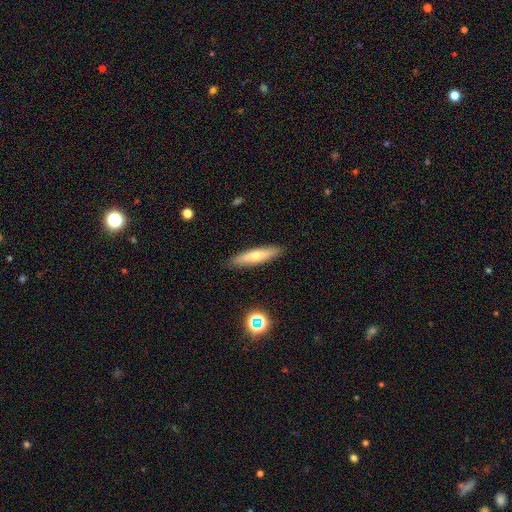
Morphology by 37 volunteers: featured or disk 59%, smooth 38%, star or artifact 3%. Down the decision tree: edge-on disk — yes (100%); edge-on bulge — rounded (86%); merging — none (94%).